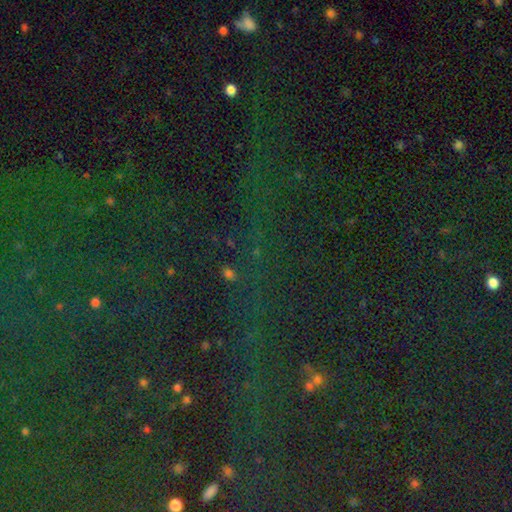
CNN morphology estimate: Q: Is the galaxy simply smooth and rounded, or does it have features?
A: star or artifact — 82%.